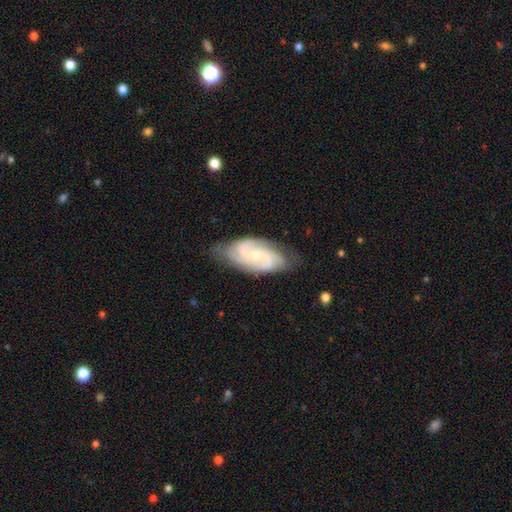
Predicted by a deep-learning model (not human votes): Smooth or featured?
  - featured or disk: 86% *
  - smooth: 9%
  - star or artifact: 5%
Edge-on disk?
  - no: 96% *
  - yes: 4%
Bar?
  - no: 57% *
  - weak: 35%
  - strong: 8%
Spiral arms?
  - yes: 97% *
  - no: 3%
Spiral winding?
  - tight: 45% *
  - medium: 44%
  - loose: 10%
Spiral arm count?
  - 2: 50% *
  - 3: 27%
  - can't tell: 12%
  - 4: 5%
  - 1: 3%
  - more than 4: 3%
Bulge size?
  - small: 69% *
  - moderate: 27%
  - none: 2%
  - large: 1%
  - dominant: 1%
Merging?
  - none: 74% *
  - minor disturbance: 20%
  - major disturbance: 4%
  - merger: 1%